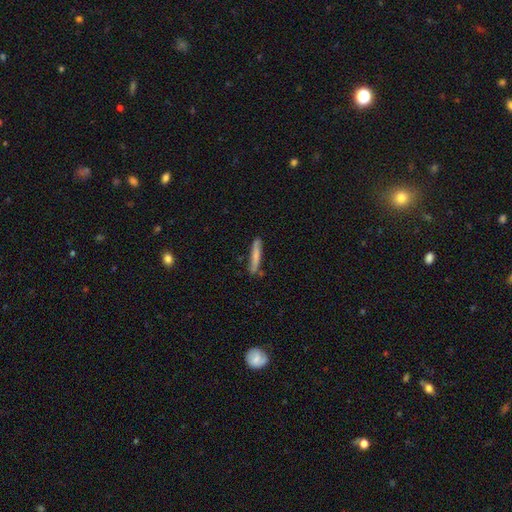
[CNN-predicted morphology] This appears to be a smooth galaxy with no disk features (69%) that is cigar-shaped (93%). Merging: none (77%).